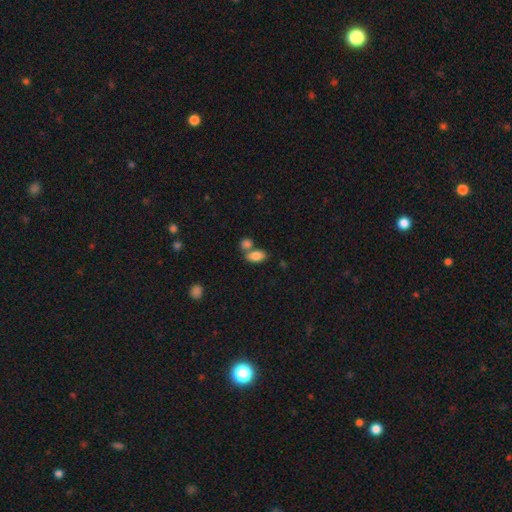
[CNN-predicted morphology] Smooth or featured? Predicted: smooth (p=0.85). How rounded? Predicted: in between (p=0.91). Merging? Predicted: none (p=0.47).